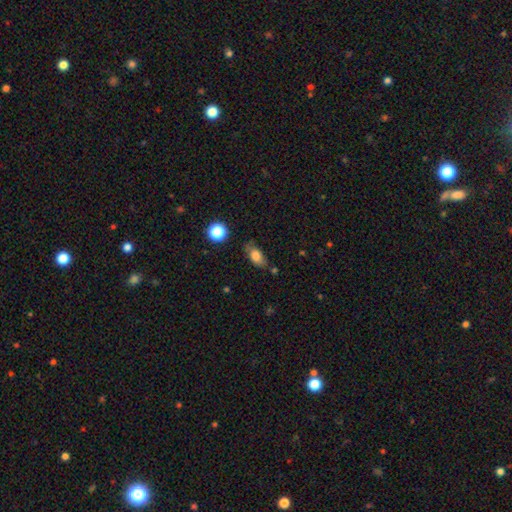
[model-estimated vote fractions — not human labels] Overall: smooth (77%). How rounded: in between (83%). Merging: none (65%).